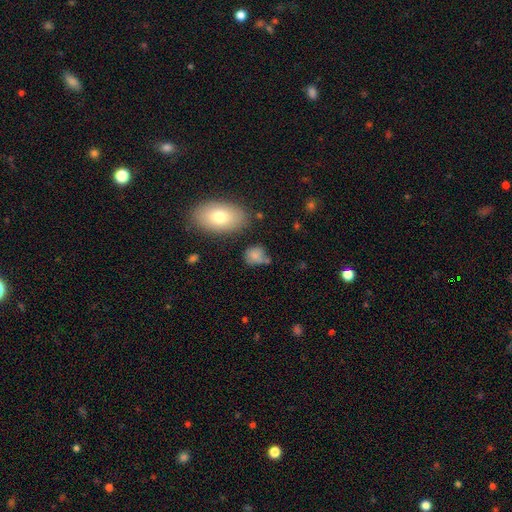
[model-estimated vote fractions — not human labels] smooth 77%, star or artifact 12%, featured or disk 11%. Down the decision tree: how rounded — round (56%); merging — none (56%).